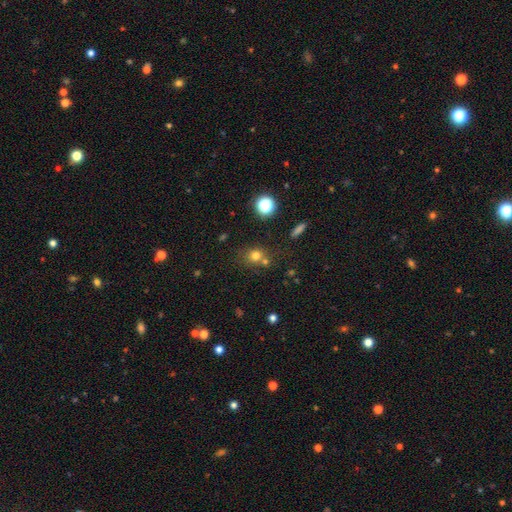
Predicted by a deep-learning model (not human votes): smooth 73%, star or artifact 18%, featured or disk 10%. Down the decision tree: how rounded — round (78%); merging — none (56%).